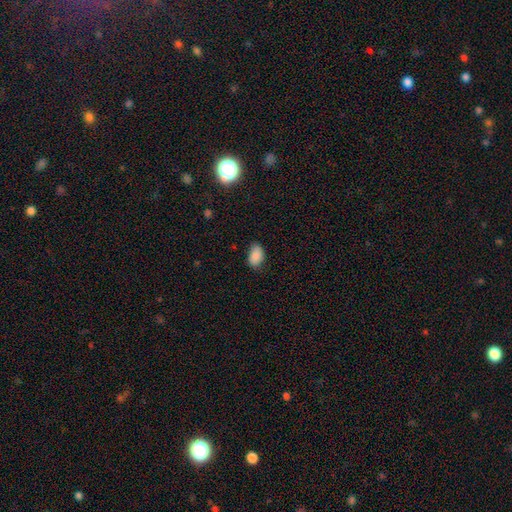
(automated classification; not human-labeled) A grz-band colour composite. It shows a smooth galaxy with no disk features (88%) that is in between round and cigar-shaped (90%). Merging: none (76%).